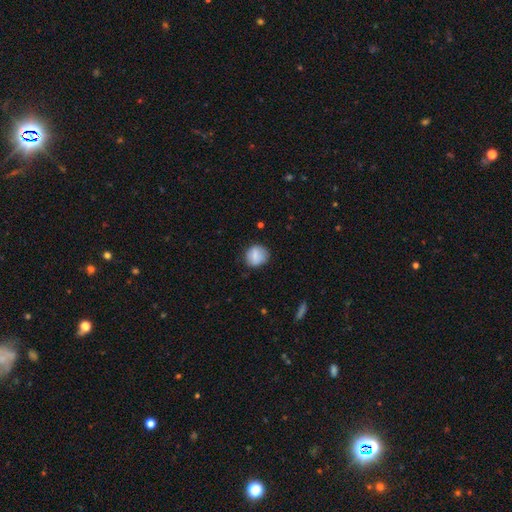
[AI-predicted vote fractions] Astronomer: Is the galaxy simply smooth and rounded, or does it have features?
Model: smooth — 77%.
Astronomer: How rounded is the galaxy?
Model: round — 77%.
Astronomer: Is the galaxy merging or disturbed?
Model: none — 80%.